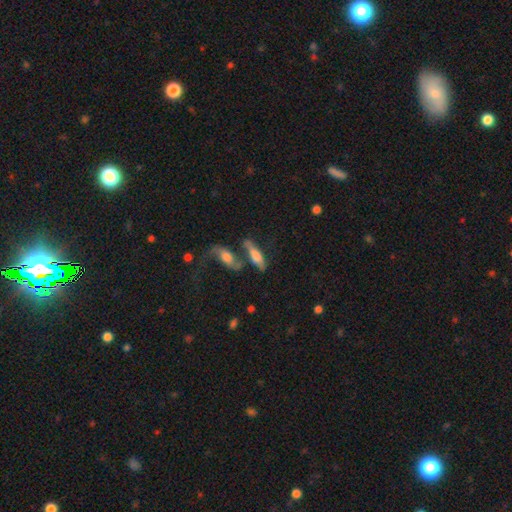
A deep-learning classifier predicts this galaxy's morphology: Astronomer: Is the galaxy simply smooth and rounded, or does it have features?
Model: smooth — 52% (runner-up: featured or disk, 40%).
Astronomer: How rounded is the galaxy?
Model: cigar-shaped — 52% (runner-up: in between, 44%).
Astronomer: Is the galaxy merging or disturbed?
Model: merger — 39% (runner-up: none, 33%).